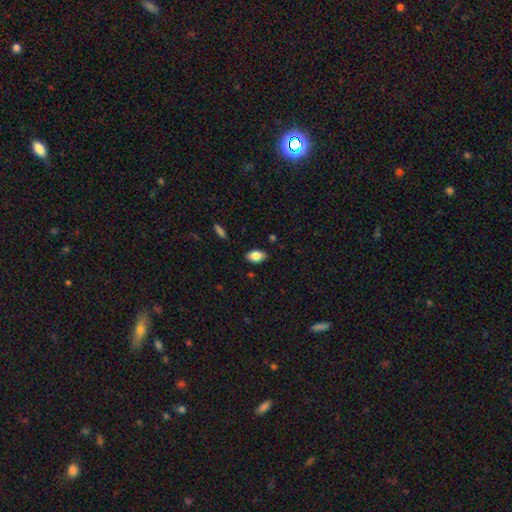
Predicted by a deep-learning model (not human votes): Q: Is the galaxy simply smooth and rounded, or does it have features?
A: smooth — 84%.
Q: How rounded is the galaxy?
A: in between — 90%.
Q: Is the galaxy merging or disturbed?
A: none — 86%.